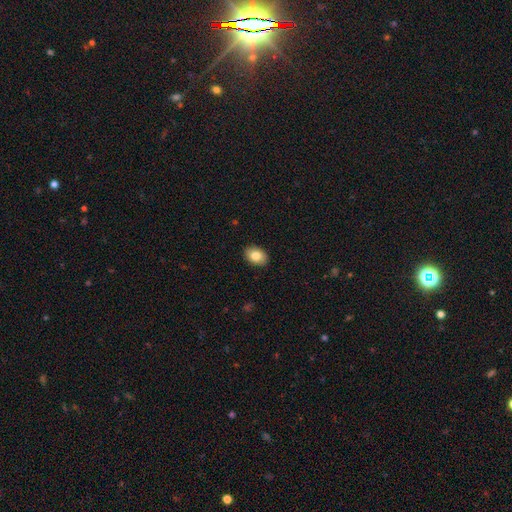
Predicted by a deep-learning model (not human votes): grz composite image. It shows a smooth galaxy with no disk features (83%) that is in between round and cigar-shaped (81%). Merging: none (90%).